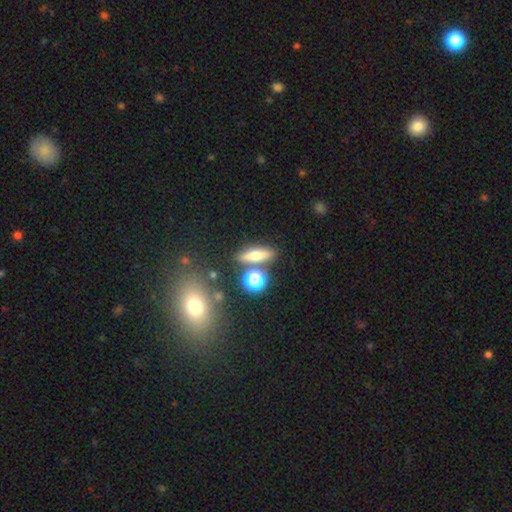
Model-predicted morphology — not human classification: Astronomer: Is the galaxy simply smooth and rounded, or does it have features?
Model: smooth — 59%.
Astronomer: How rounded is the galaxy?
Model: cigar-shaped — 51% (runner-up: in between, 32%).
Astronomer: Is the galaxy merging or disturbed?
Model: none — 77%.